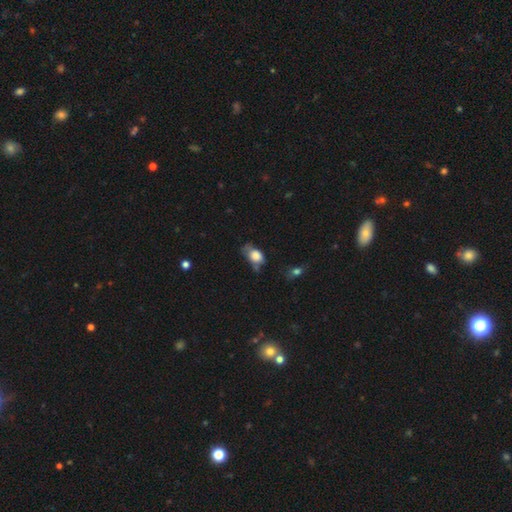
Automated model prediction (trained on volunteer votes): This is likely a smooth galaxy (77%). How rounded: likely in between (78%). Merging: marginally minor disturbance (38%).